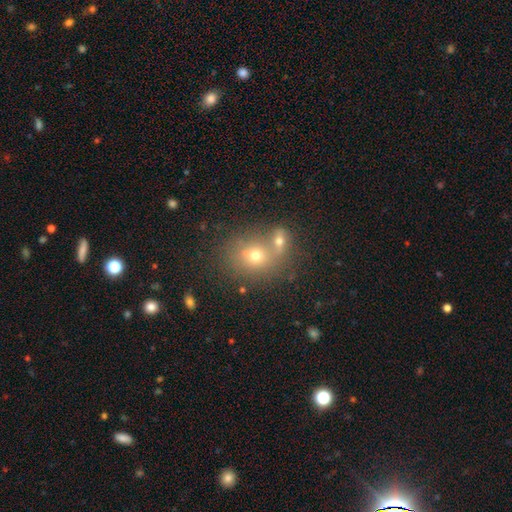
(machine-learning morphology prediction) Overall: smooth (60%; star or artifact 21%). How rounded: round (68%; in between 31%). Merging: merger (45%; none 43%).